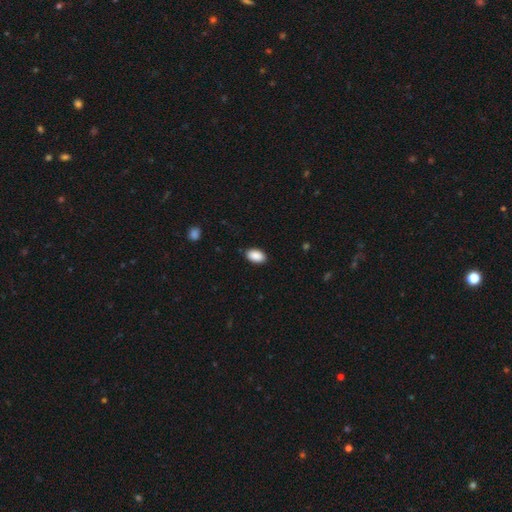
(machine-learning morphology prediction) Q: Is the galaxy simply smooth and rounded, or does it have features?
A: smooth — 90%.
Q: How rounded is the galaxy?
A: in between — 93%.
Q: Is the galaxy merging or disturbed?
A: none — 88%.